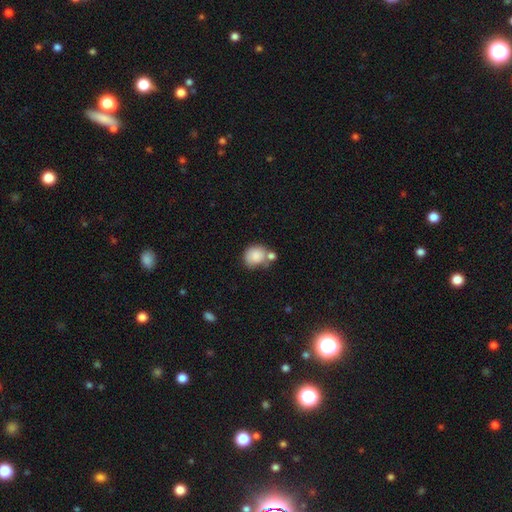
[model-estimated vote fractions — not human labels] Smooth or featured?
  - smooth: 83% *
  - featured or disk: 9%
  - star or artifact: 8%
How rounded?
  - round: 70% *
  - in between: 29%
  - cigar-shaped: 1%
Merging?
  - none: 42% *
  - merger: 34%
  - minor disturbance: 17%
  - major disturbance: 7%